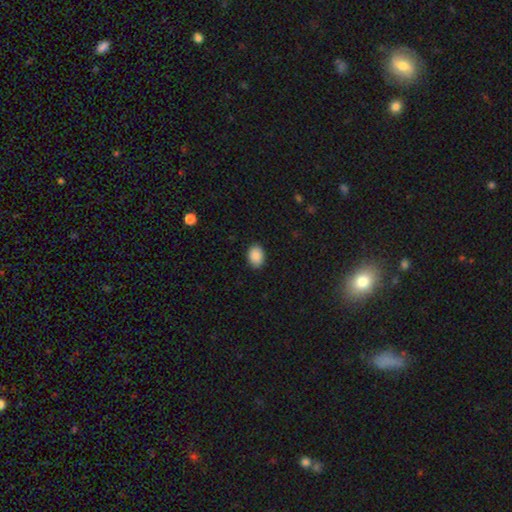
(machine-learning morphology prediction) The model was most divided on "how rounded": in between: 70%, round: 29%, cigar-shaped: 1%. More confident: smooth or featured — smooth (89%); merging — none (89%).